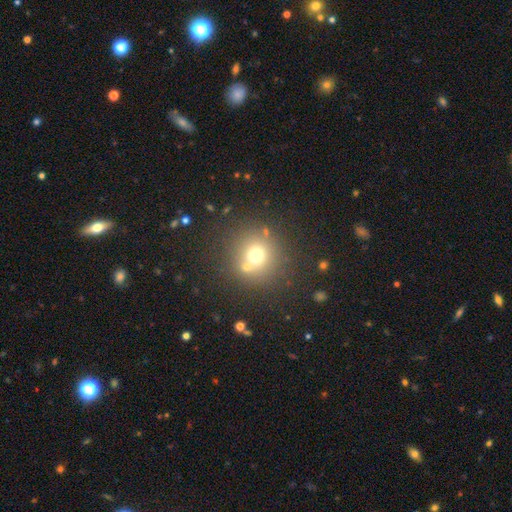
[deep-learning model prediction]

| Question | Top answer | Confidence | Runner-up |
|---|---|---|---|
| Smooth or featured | smooth | 68% | star or artifact (18%) |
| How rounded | round | 92% | in between (7%) |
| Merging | none | 74% | merger (13%) |